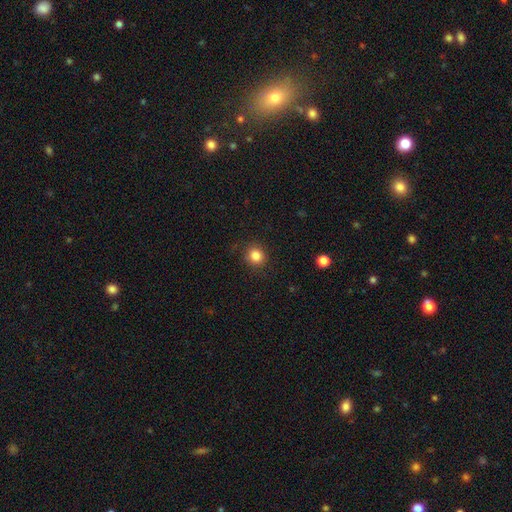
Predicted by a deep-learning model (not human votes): smooth 84%, star or artifact 11%, featured or disk 5%. Down the decision tree: how rounded — round (87%); merging — none (88%).